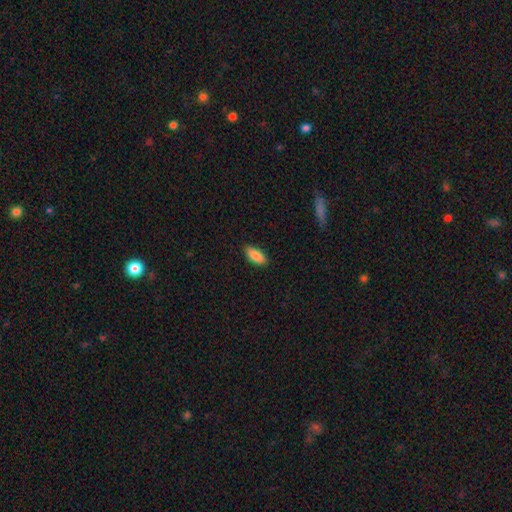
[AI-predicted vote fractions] Smooth or featured?
  - smooth: 88% *
  - star or artifact: 6%
  - featured or disk: 6%
How rounded?
  - in between: 87% *
  - cigar-shaped: 11%
  - round: 2%
Merging?
  - none: 88% *
  - minor disturbance: 9%
  - major disturbance: 2%
  - merger: 1%